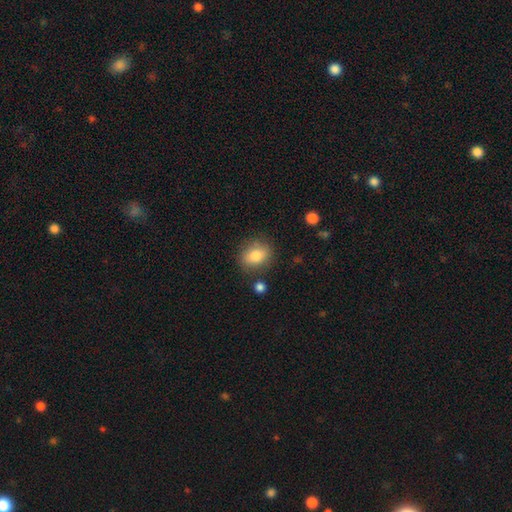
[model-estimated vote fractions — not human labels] A smooth galaxy with no disk features (82%) that is in between round and cigar-shaped (52%).

Vote fractions:
- Smooth or featured? smooth: 82% / featured or disk: 10% / star or artifact: 8%
- How rounded? in between: 52% / round: 47% / cigar-shaped: 1%
- Merging? none: 79% / minor disturbance: 14% / major disturbance: 4% / merger: 4%